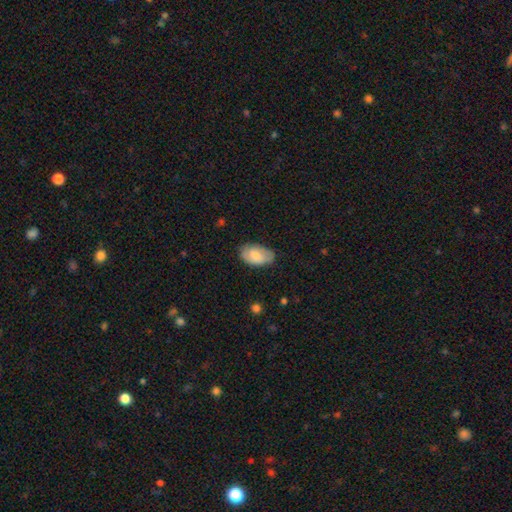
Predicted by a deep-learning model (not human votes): smooth 71%, featured or disk 23%, star or artifact 6%. Down the decision tree: how rounded — in between (94%); merging — none (76%).